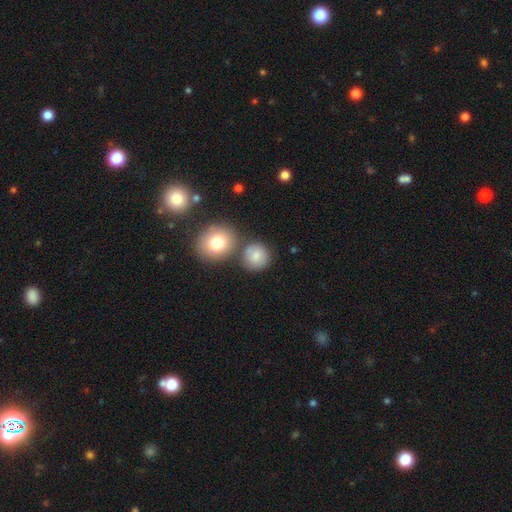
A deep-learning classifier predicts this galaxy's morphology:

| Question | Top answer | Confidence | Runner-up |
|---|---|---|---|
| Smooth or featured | smooth | 79% | featured or disk (13%) |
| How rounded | round | 89% | in between (10%) |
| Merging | none | 68% | merger (15%) |